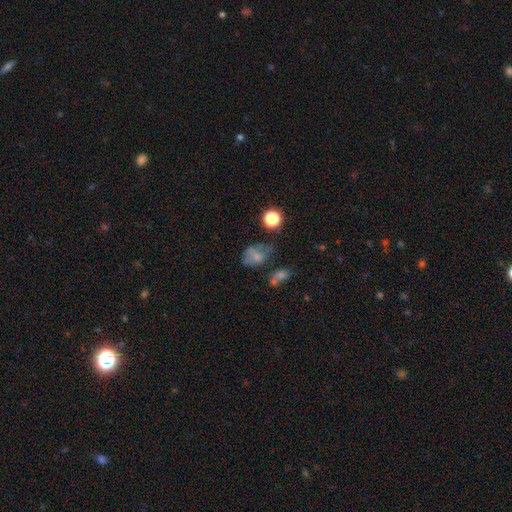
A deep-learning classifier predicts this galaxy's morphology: Smooth or featured?
  - smooth: 57% *
  - featured or disk: 27%
  - star or artifact: 17%
How rounded?
  - in between: 69% *
  - round: 29%
  - cigar-shaped: 2%
Merging?
  - none: 34% *
  - minor disturbance: 25%
  - major disturbance: 24%
  - merger: 17%